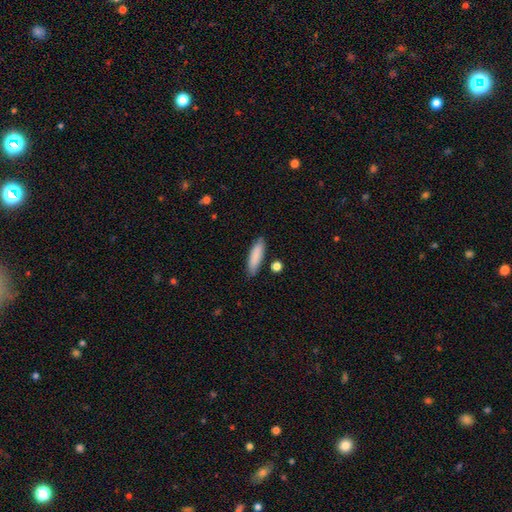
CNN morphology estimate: Smooth or featured? Predicted: smooth (p=0.86). How rounded? Predicted: cigar-shaped (p=0.61). Merging? Predicted: none (p=0.83).